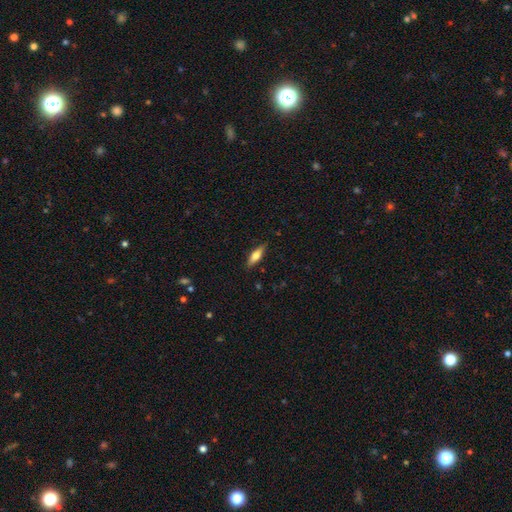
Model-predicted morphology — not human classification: Smooth or featured?
  - smooth: 63% *
  - featured or disk: 31%
  - star or artifact: 6%
How rounded?
  - in between: 50% *
  - cigar-shaped: 48%
  - round: 2%
Merging?
  - none: 85% *
  - minor disturbance: 11%
  - major disturbance: 2%
  - merger: 1%